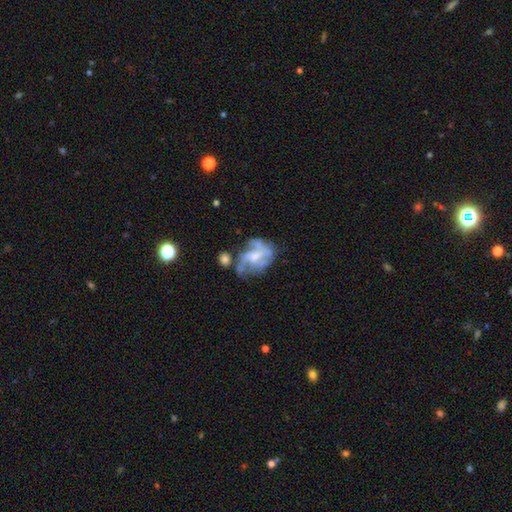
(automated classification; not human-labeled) Morphology: type=featured or disk (70%); edge-on=no (97%); bar=no (56%); spiral arms=yes (64%); bulge=small (38%); merging=none (40%).